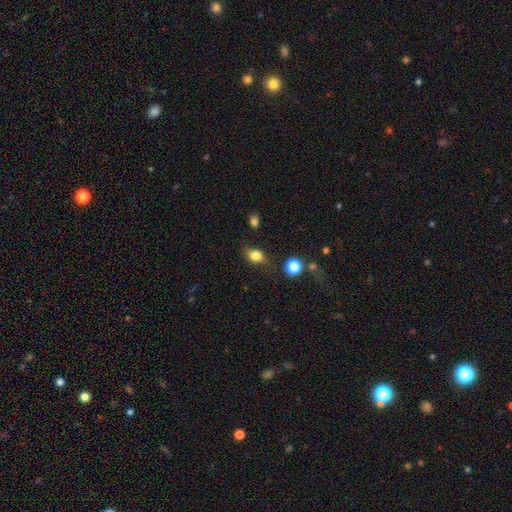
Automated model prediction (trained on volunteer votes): Morphology: type=smooth (80%); roundness=in between (64%); merging=none (74%).